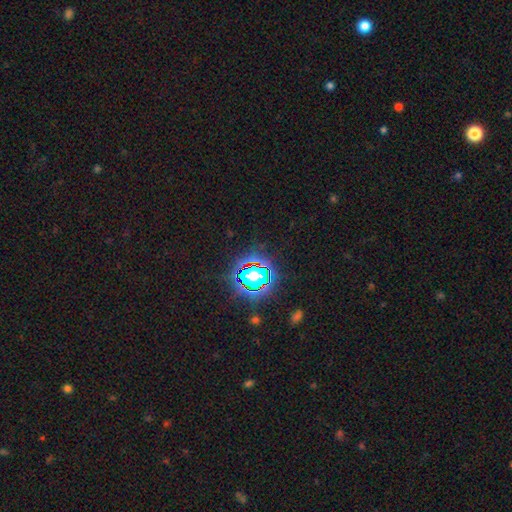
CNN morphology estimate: smooth-or-featured: star or artifact: 80% | smooth: 13% | featured or disk: 8%